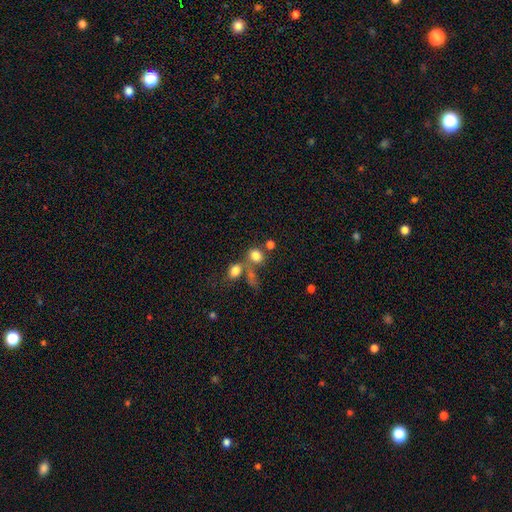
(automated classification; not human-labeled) Smooth or featured? Predicted: smooth (p=0.78). How rounded? Predicted: round (p=0.56). Merging? Predicted: none (p=0.43).